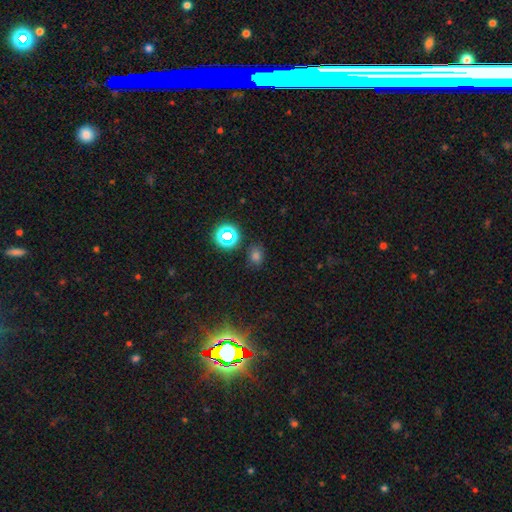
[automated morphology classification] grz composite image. It shows a smooth galaxy with no disk features (61%) that is round (50%). Merging: none (82%).